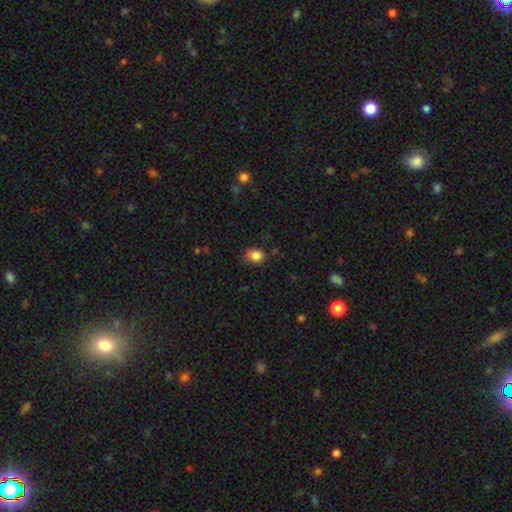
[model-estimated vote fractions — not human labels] A smooth galaxy with no disk features (85%) that is in between round and cigar-shaped (57%). Merging: none (65%).